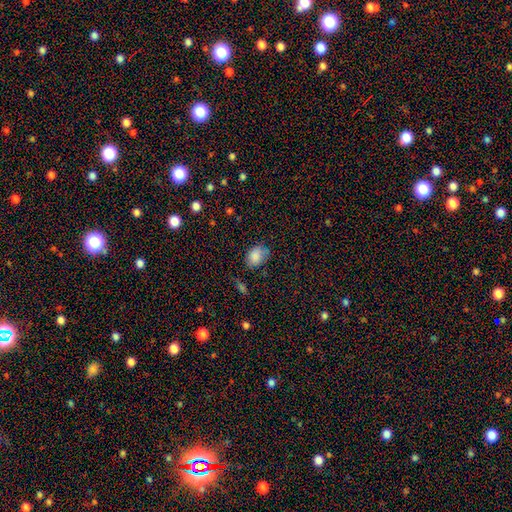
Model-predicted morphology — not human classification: smooth-or-featured: smooth: 84% | star or artifact: 9% | featured or disk: 7%
  how-rounded: in between: 70% | round: 28% | cigar-shaped: 1%
  merging: none: 65% | minor disturbance: 26% | major disturbance: 6% | merger: 2%